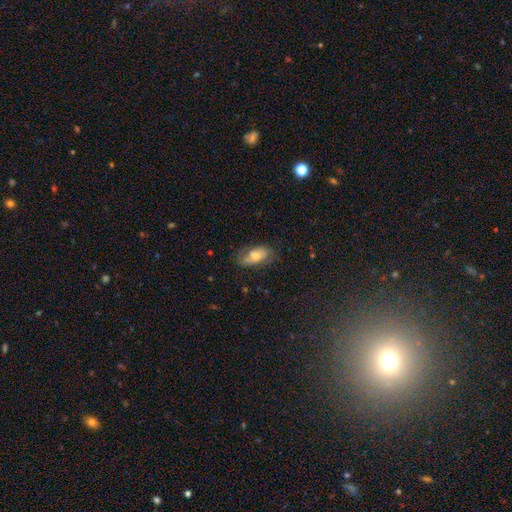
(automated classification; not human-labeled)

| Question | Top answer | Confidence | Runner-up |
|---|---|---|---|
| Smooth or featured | smooth | 48% | featured or disk (41%) |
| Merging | none | 66% | minor disturbance (23%) |